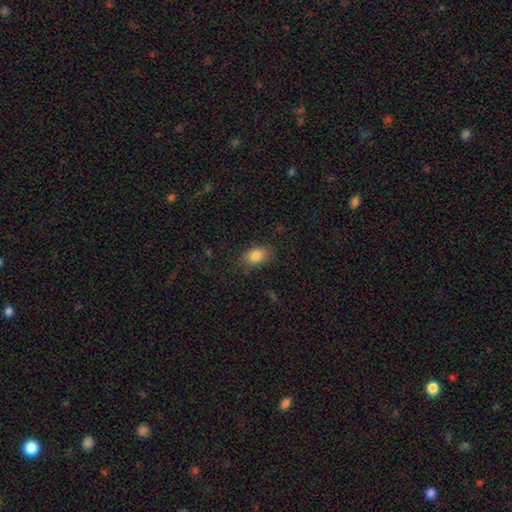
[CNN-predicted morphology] smooth_or_featured: smooth (p=0.84) [alt: star or artifact p=0.09]
how_rounded: in between (p=0.85) [alt: round p=0.13]
merging: none (p=0.82) [alt: minor disturbance p=0.13]